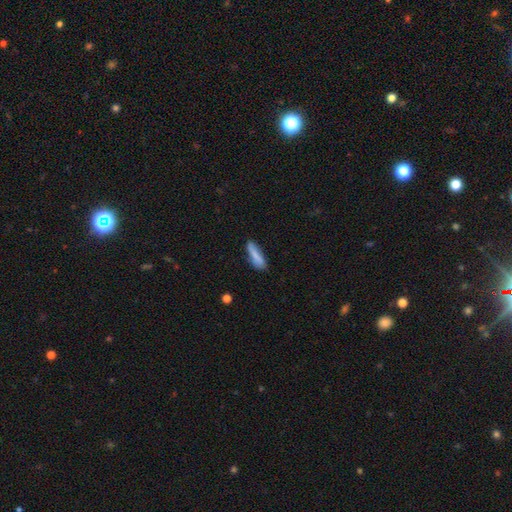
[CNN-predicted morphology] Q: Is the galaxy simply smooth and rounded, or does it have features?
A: smooth — 80%.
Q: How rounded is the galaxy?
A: cigar-shaped — 68%.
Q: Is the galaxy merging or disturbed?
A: none — 68%.